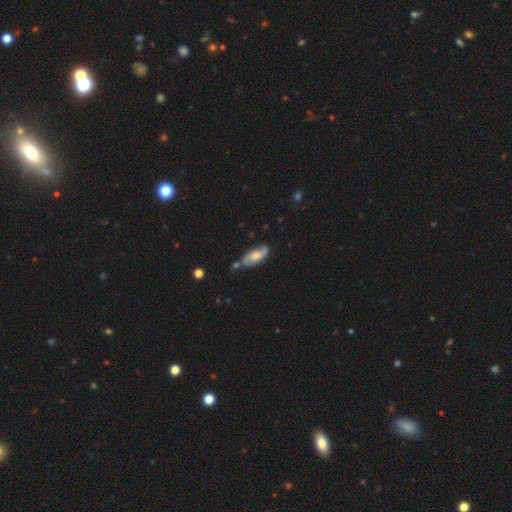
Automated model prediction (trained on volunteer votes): Smooth or featured: featured or disk — 71% (smooth — 23%)
Edge-on disk: no — 90% (yes — 10%)
Bar: no — 59% (weak — 34%)
Spiral arms: yes — 93% (no — 7%)
Spiral winding: medium — 48% (loose — 27%)
Spiral arm count: 2 — 87% (can't tell — 8%)
Bulge size: moderate — 45% (small — 21%)
Merging: none — 69% (minor disturbance — 18%)